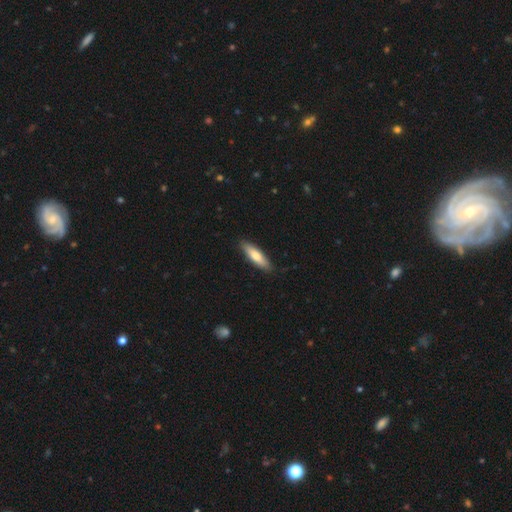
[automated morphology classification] Smooth or featured: smooth — 72% (featured or disk — 23%)
How rounded: cigar-shaped — 61% (in between — 38%)
Merging: none — 88% (minor disturbance — 10%)